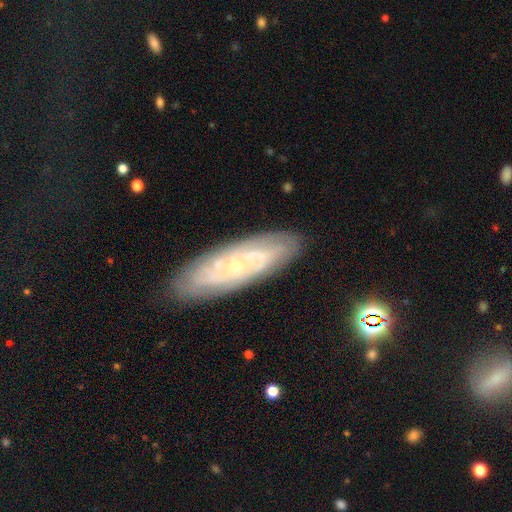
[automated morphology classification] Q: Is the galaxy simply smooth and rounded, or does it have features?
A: featured or disk — 70%.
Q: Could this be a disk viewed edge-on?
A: no — 85%.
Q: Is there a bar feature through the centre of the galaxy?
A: no — 74%.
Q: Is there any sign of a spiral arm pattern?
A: yes — 81%.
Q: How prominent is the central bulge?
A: small — 57%.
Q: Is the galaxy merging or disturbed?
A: none — 76%.